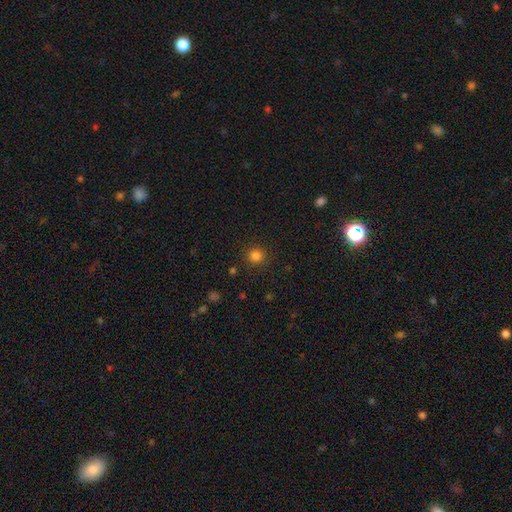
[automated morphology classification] Overall: smooth (82%). How rounded: round (93%). Merging: none (89%).